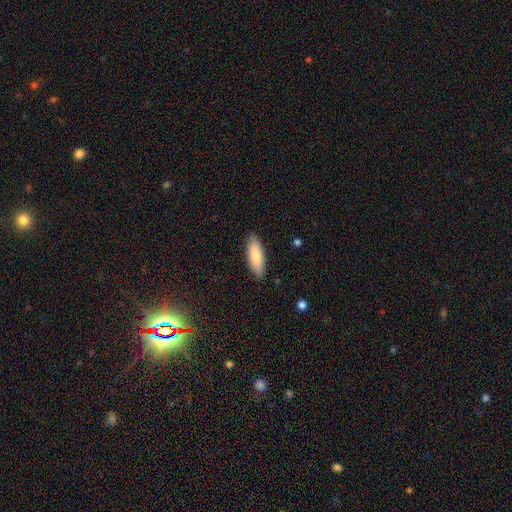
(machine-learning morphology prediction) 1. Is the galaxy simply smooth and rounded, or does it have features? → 85% smooth, 10% featured or disk, 5% star or artifact.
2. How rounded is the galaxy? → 63% in between, 35% cigar-shaped, 2% round.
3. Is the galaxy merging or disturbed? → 88% none, 10% minor disturbance, 2% major disturbance, 1% merger.